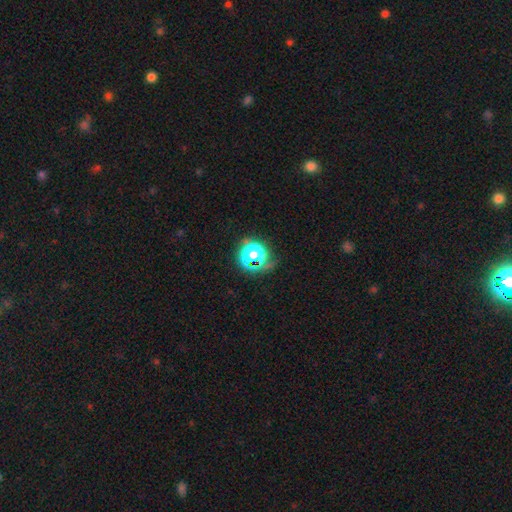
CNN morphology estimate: Q: Smooth or featured?
A: smooth (45%); runner-up: star or artifact (42%)
Q: Merging?
A: none (64%); runner-up: minor disturbance (17%)